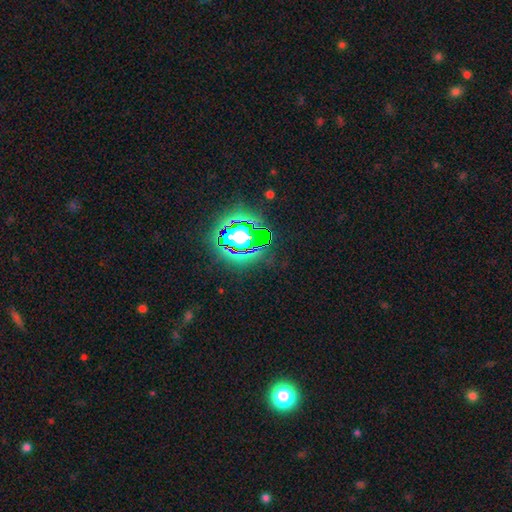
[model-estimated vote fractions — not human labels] smooth-or-featured: star or artifact: 80% | smooth: 11% | featured or disk: 9%